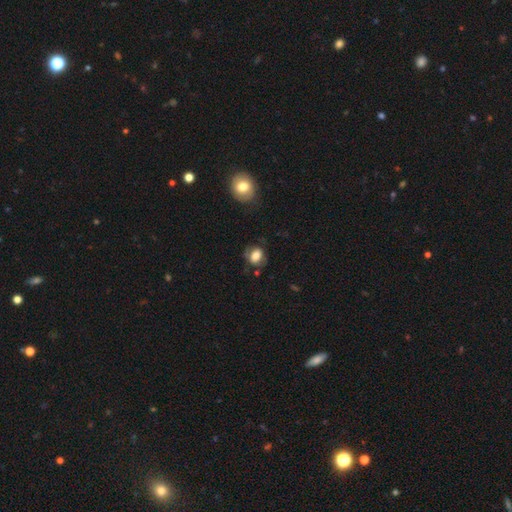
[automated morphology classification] Smooth or featured? smooth (72%)
How rounded? in between (58%)
Merging? none (62%)